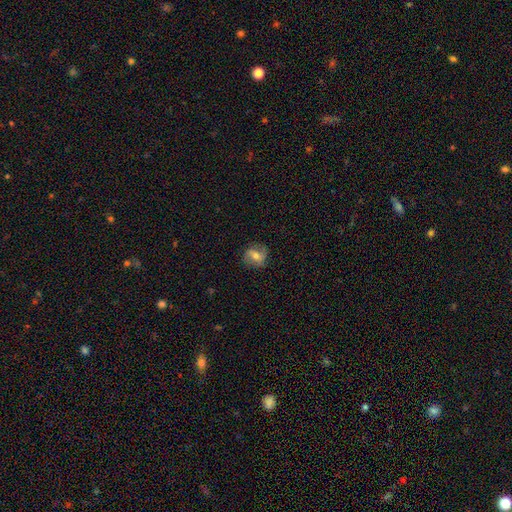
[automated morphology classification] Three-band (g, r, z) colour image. It shows a featured or disk galaxy (50%). Merging: none (77%).